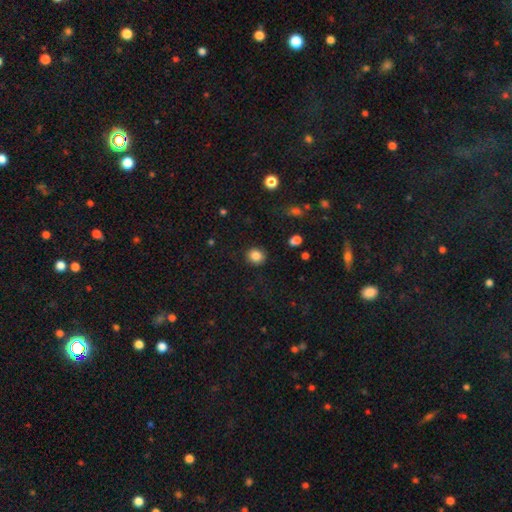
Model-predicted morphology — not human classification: Overall: smooth (85%). How rounded: round (82%). Merging: none (89%).